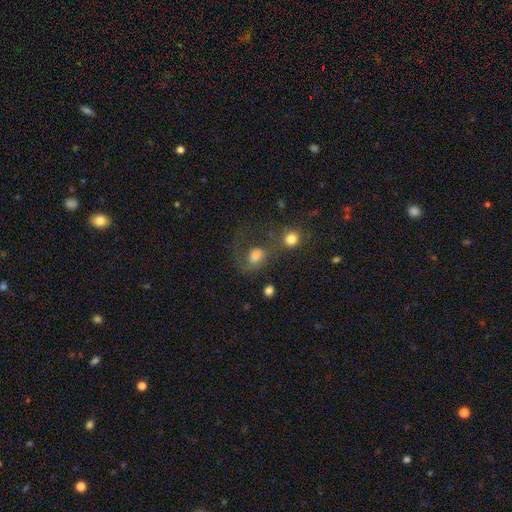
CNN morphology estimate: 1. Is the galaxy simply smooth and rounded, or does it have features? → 66% smooth, 20% featured or disk, 14% star or artifact.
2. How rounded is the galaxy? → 59% in between, 39% round, 2% cigar-shaped.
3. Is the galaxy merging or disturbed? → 31% none, 29% major disturbance, 24% merger, 16% minor disturbance.